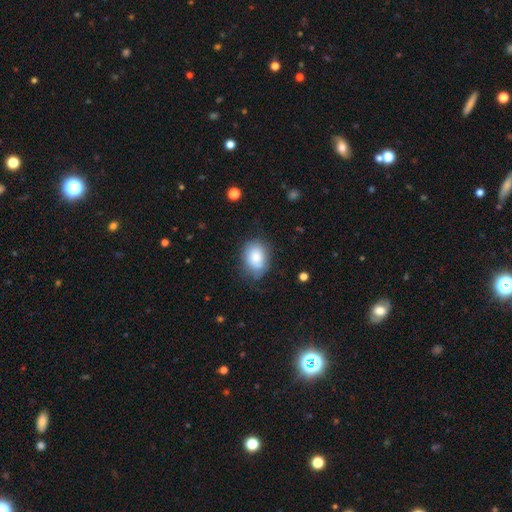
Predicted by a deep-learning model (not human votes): Smooth or featured: smooth — 76% (featured or disk — 16%)
How rounded: in between — 74% (round — 25%)
Merging: none — 64% (minor disturbance — 26%)